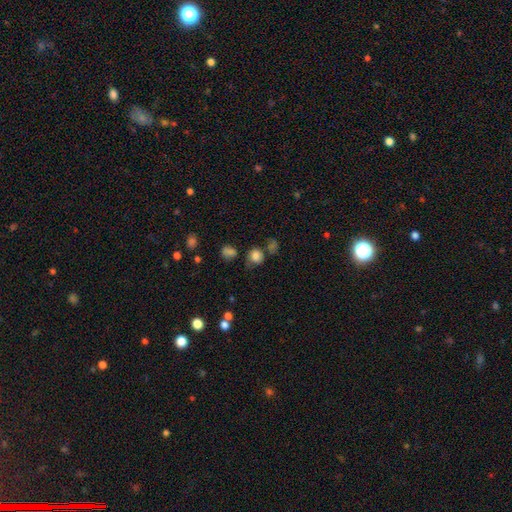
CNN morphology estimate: Smooth or featured?
  - smooth: 77% *
  - star or artifact: 14%
  - featured or disk: 9%
How rounded?
  - round: 80% *
  - in between: 18%
  - cigar-shaped: 1%
Merging?
  - none: 60% *
  - minor disturbance: 19%
  - merger: 11%
  - major disturbance: 9%